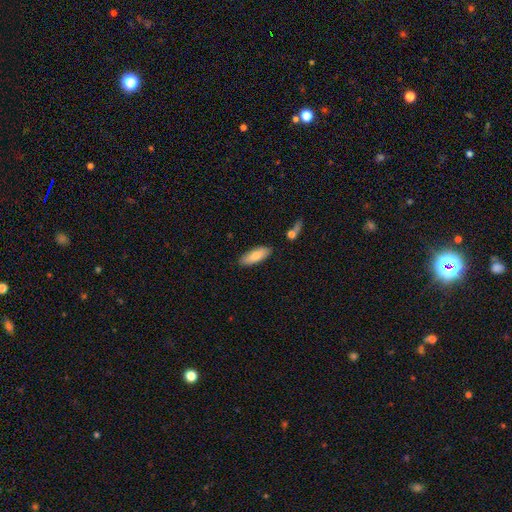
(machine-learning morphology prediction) A smooth galaxy with no disk features (80%) that is in between round and cigar-shaped (66%).

Vote fractions:
- Smooth or featured? smooth: 80% / featured or disk: 14% / star or artifact: 6%
- How rounded? in between: 66% / cigar-shaped: 32% / round: 2%
- Merging? none: 85% / minor disturbance: 10% / merger: 3% / major disturbance: 2%